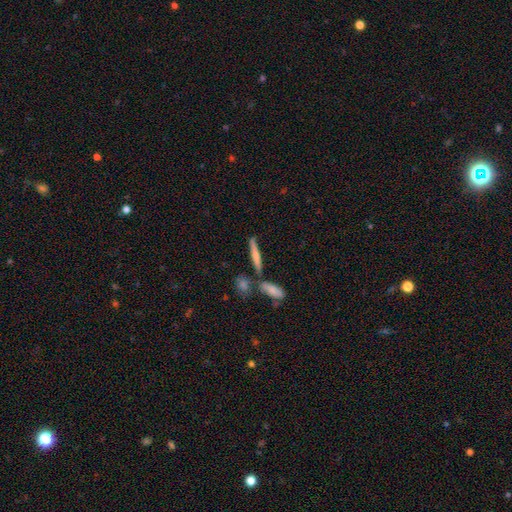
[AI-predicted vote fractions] This appears to be a smooth galaxy with no disk features (56%) that is cigar-shaped (88%). Merging: none (70%).